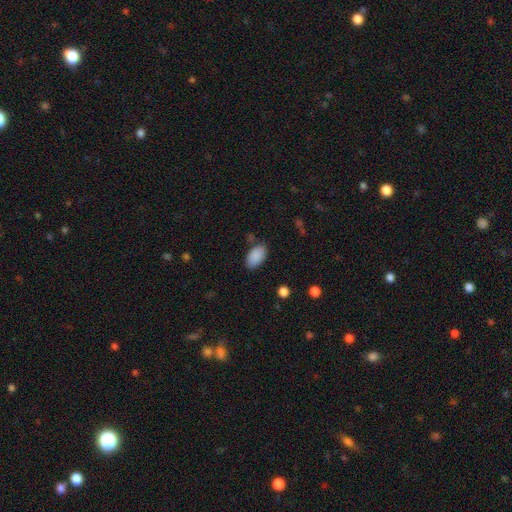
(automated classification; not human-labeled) This is clearly a smooth galaxy (89%). How rounded: clearly in between (94%). Merging: likely none (77%).